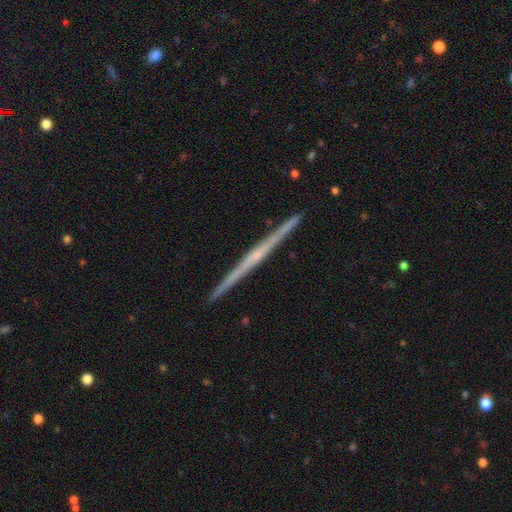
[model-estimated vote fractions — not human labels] Smooth or featured? Predicted: featured or disk (p=0.78). Edge-on disk? Predicted: yes (p=0.99). Edge-on bulge? Predicted: none (p=0.54). Merging? Predicted: none (p=0.93).